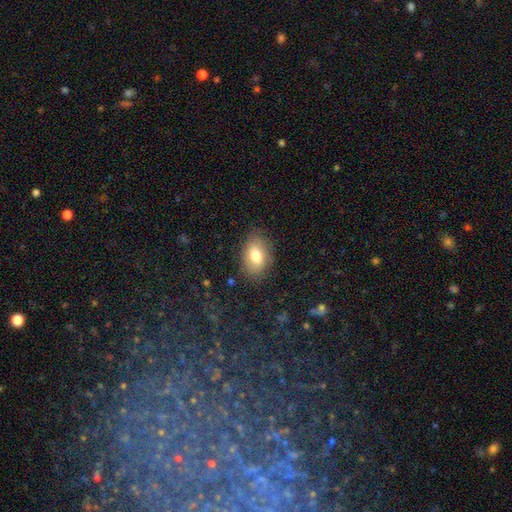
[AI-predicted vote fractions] Smooth or featured: smooth — 78% (featured or disk — 14%)
How rounded: in between — 85% (round — 13%)
Merging: none — 81% (minor disturbance — 14%)